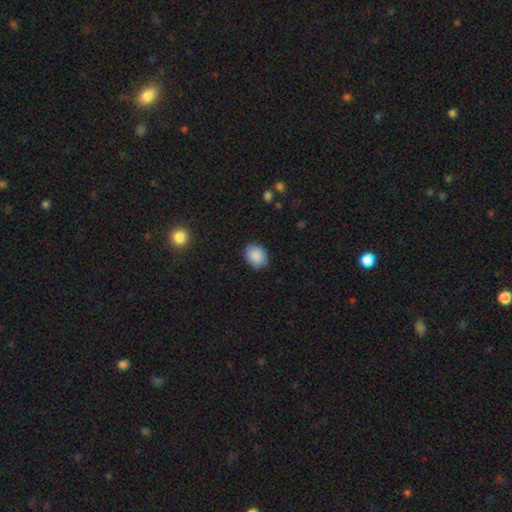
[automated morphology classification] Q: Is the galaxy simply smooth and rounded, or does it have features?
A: smooth — 89%.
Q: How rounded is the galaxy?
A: in between — 59%.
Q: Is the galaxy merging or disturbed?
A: none — 88%.